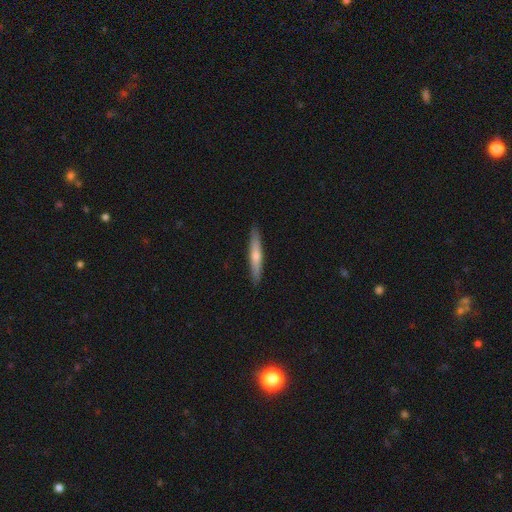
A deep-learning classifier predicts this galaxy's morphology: This is possibly a smooth galaxy (50%). How rounded: clearly cigar-shaped (93%). Merging: clearly none (92%).